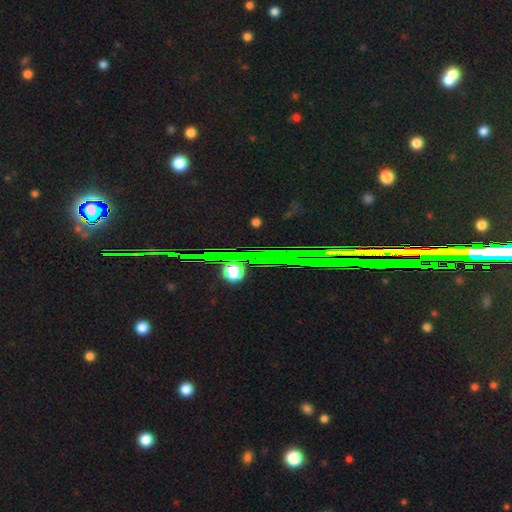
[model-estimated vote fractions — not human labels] Smooth or featured?
  - star or artifact: 82% *
  - featured or disk: 9%
  - smooth: 8%